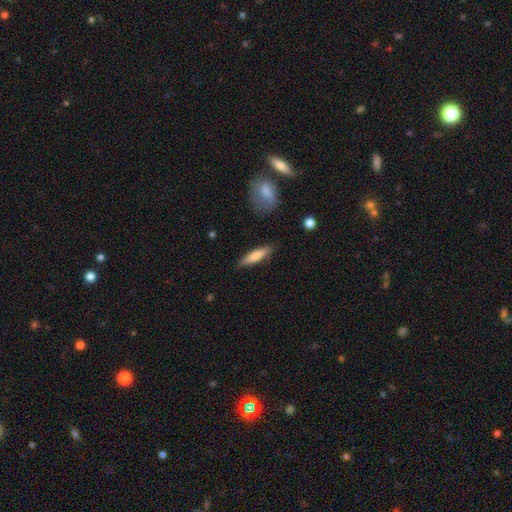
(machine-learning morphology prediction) This is likely a smooth galaxy (67%). How rounded: likely cigar-shaped (77%). Merging: clearly none (86%).